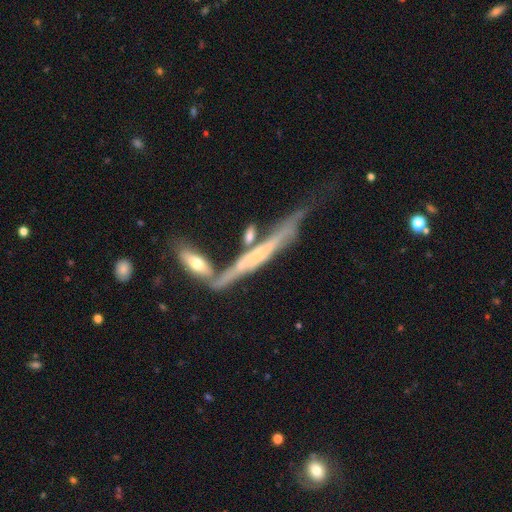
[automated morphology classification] The model was most divided on "merging": none: 37%, merger: 27%, minor disturbance: 22%, major disturbance: 13%. More confident: edge-on disk — yes (86%); smooth or featured — featured or disk (67%); edge-on bulge — none (51%).